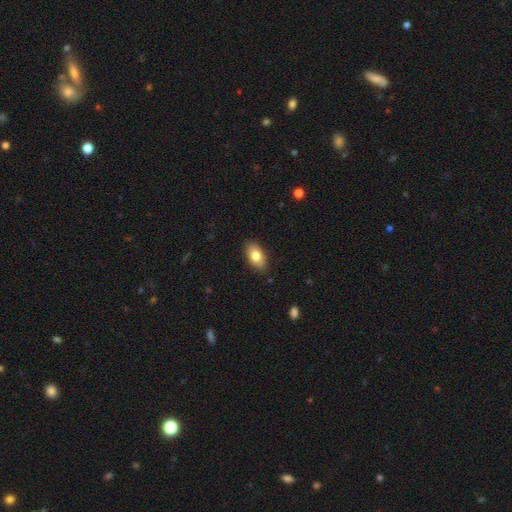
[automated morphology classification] Smooth or featured: smooth — 80% (featured or disk — 13%)
How rounded: in between — 92% (round — 5%)
Merging: none — 86% (minor disturbance — 11%)